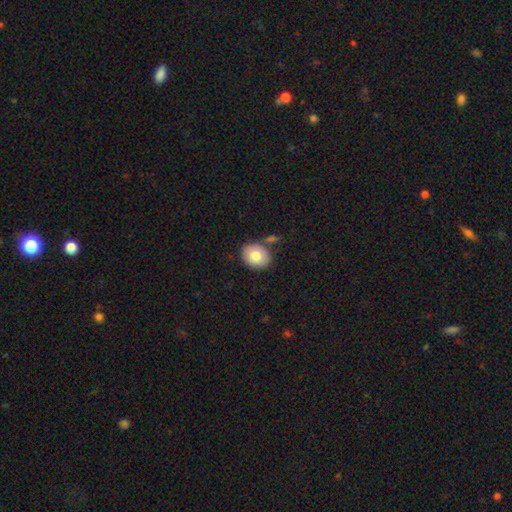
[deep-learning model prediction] This appears to be a smooth galaxy with no disk features (77%) that is round (51%). Merging: none (73%).